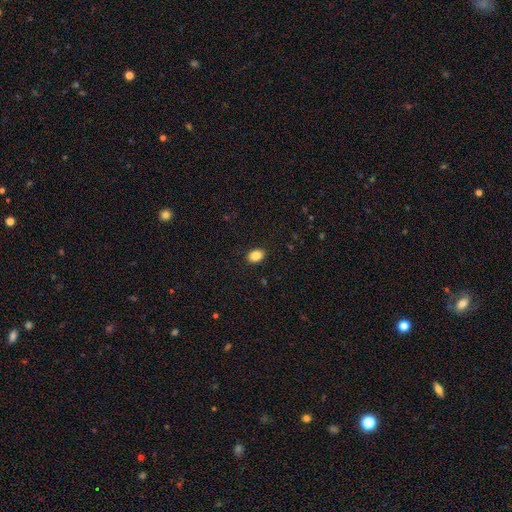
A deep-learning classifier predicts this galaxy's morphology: Smooth or featured: smooth — 85% (star or artifact — 9%)
How rounded: in between — 79% (round — 20%)
Merging: none — 89% (minor disturbance — 8%)